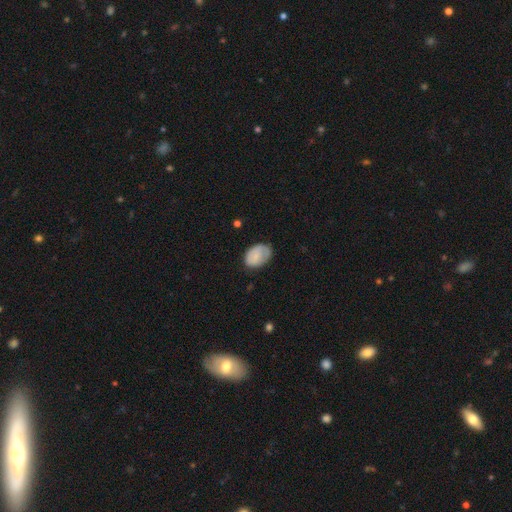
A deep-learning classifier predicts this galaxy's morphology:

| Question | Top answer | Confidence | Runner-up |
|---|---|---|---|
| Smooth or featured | smooth | 73% | featured or disk (20%) |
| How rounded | in between | 82% | round (17%) |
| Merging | none | 64% | minor disturbance (27%) |